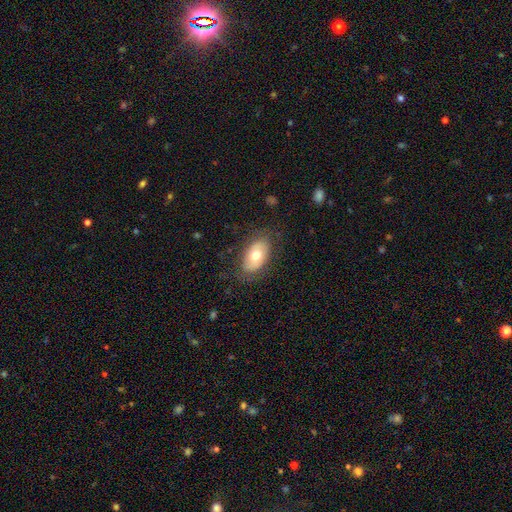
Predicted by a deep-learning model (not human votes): This appears to be a smooth galaxy with no disk features (64%) that is in between round and cigar-shaped (92%). Merging: none (77%).